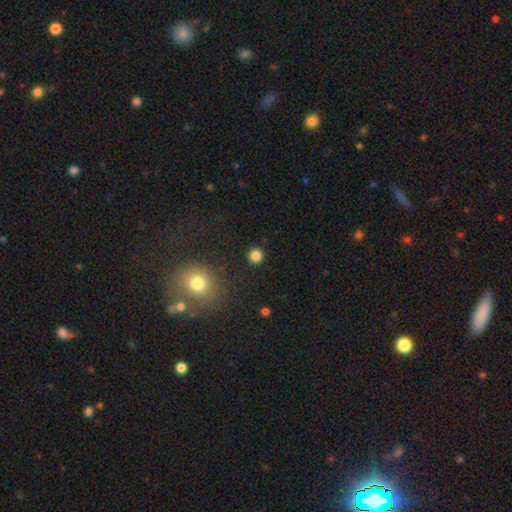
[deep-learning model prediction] Morphology: type=smooth (83%); roundness=round (94%); merging=none (92%).